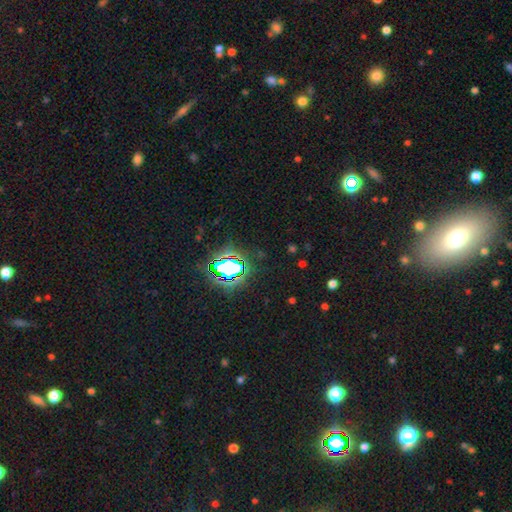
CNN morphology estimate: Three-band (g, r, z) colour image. It shows a star or artifact, not a galaxy (79%).